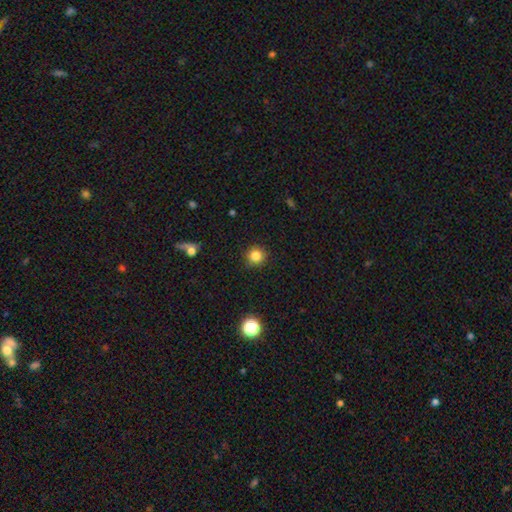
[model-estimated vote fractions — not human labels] A smooth galaxy with no disk features (83%) that is round (94%). Merging: none (90%).